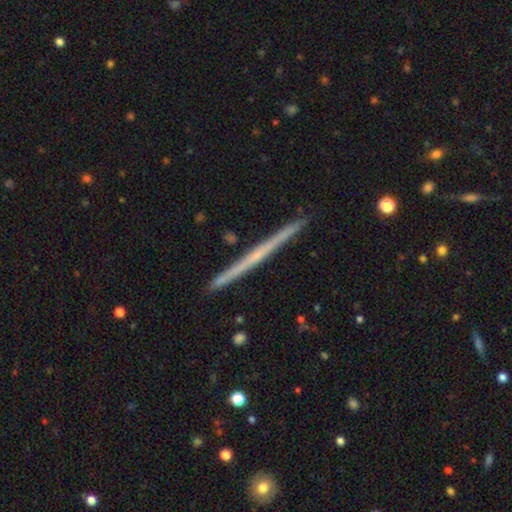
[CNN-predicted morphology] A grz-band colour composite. It shows a featured or disk galaxy (65%) viewed edge-on (98%) with no central bulge (83%). Merging: none (93%).